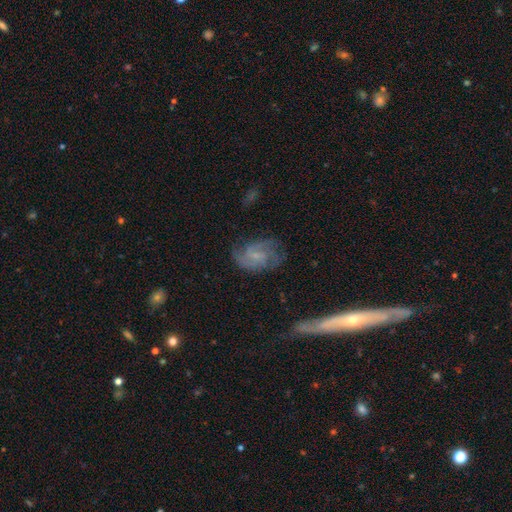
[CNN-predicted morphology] type=featured or disk (78%); edge-on=no (97%); bar=no (49%); spiral arms=yes (94%); winding=medium (48%); arm count=2 (48%); bulge=small (64%); merging=none (65%).